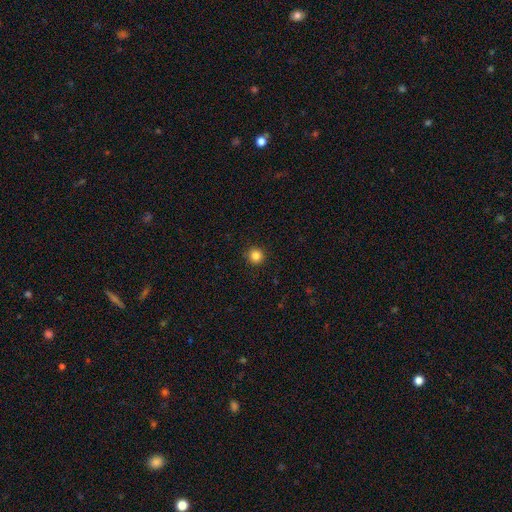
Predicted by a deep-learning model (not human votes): A smooth galaxy with no disk features (85%) that is round (95%).

Vote fractions:
- Smooth or featured? smooth: 85% / star or artifact: 11% / featured or disk: 4%
- How rounded? round: 95% / in between: 4% / cigar-shaped: 1%
- Merging? none: 92% / minor disturbance: 5% / major disturbance: 2% / merger: 1%